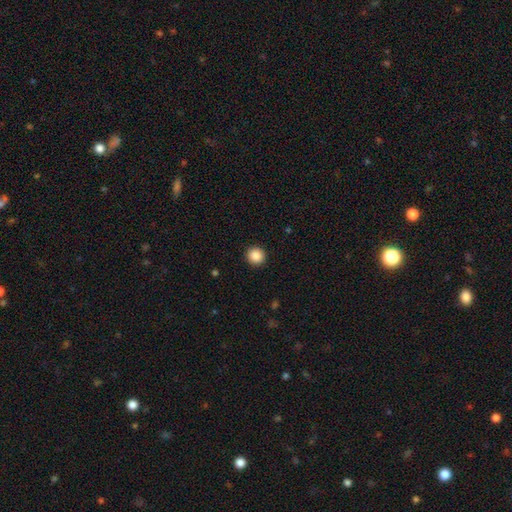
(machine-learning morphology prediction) Smooth or featured?
  - smooth: 87% *
  - star or artifact: 10%
  - featured or disk: 3%
How rounded?
  - round: 95% *
  - in between: 5%
  - cigar-shaped: 1%
Merging?
  - none: 93% *
  - minor disturbance: 5%
  - major disturbance: 2%
  - merger: 1%